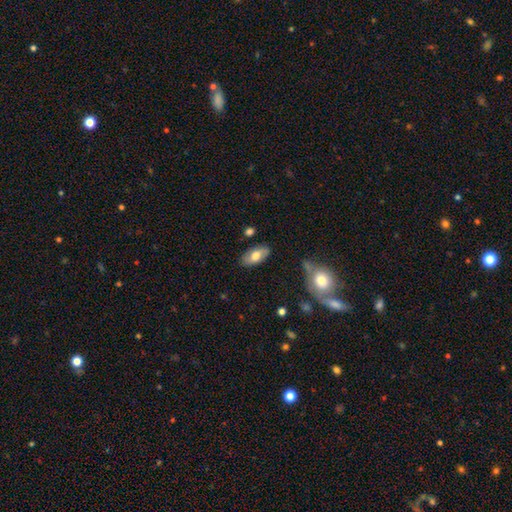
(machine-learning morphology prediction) A smooth galaxy with no disk features (66%) that is in between round and cigar-shaped (92%). Merging: none (81%).